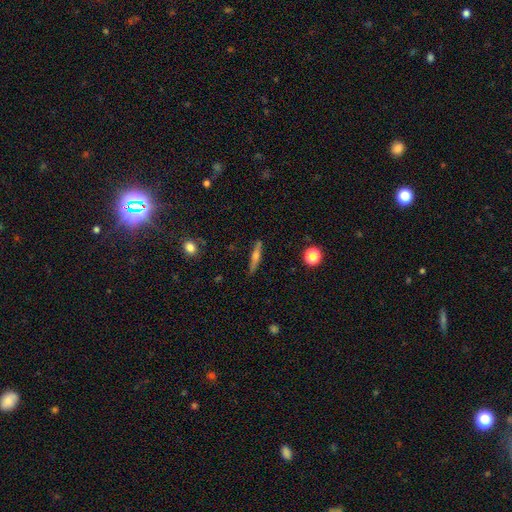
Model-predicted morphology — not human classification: Smooth or featured: featured or disk — 49% (smooth — 42%)
Merging: none — 86% (minor disturbance — 10%)